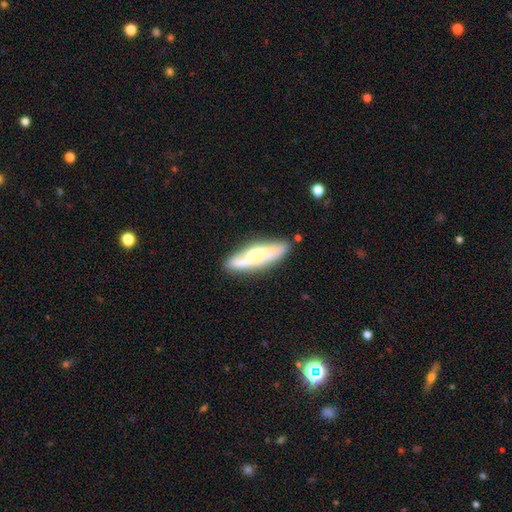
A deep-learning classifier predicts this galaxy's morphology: A featured or disk galaxy (59%). Merging: none (72%).